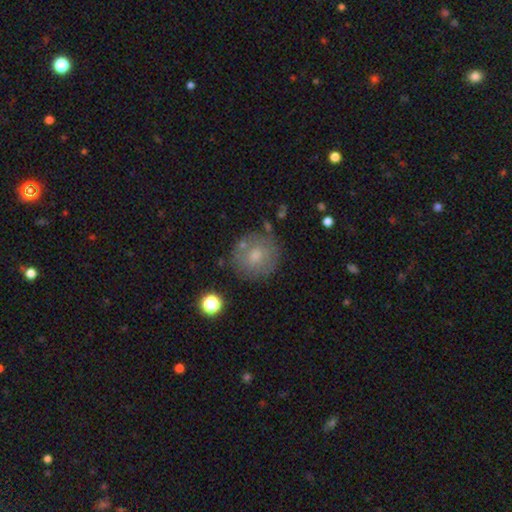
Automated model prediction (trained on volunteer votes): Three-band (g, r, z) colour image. It shows a smooth galaxy with no disk features (68%) that is round (90%). Merging: none (75%).